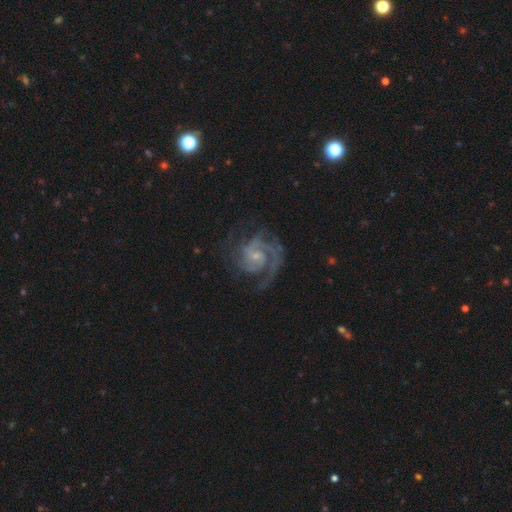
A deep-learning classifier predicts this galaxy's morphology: A featured or disk galaxy (92%) with no bar (56%), 2 (53%) tight (52%) spiral arms (98%) and a small central bulge (72%). Merging: none (67%).